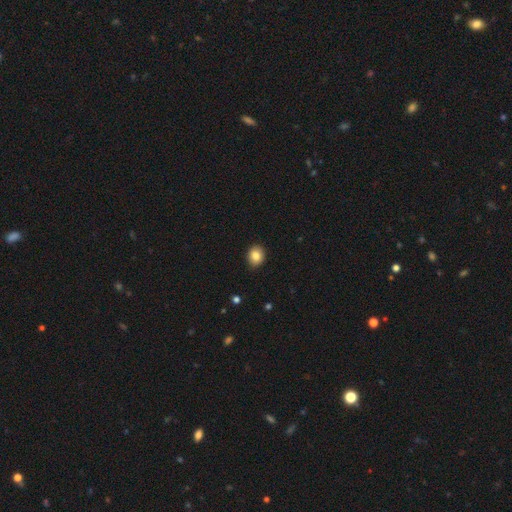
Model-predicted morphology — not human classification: A smooth galaxy with no disk features (85%) that is round (62%).

Vote fractions:
- Smooth or featured? smooth: 85% / star or artifact: 9% / featured or disk: 6%
- How rounded? round: 62% / in between: 37% / cigar-shaped: 1%
- Merging? none: 88% / minor disturbance: 9% / major disturbance: 2% / merger: 1%